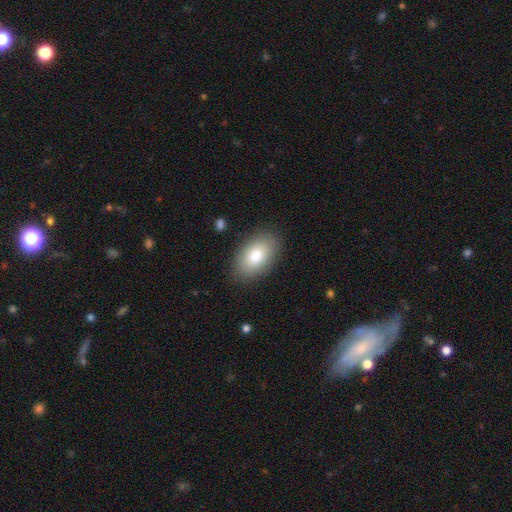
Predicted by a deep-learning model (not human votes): Smooth or featured? smooth (81%)
How rounded? in between (92%)
Merging? none (87%)